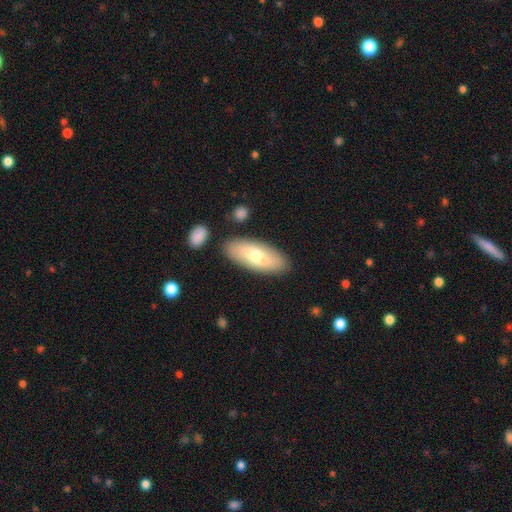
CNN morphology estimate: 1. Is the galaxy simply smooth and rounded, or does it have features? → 64% smooth, 30% featured or disk, 6% star or artifact.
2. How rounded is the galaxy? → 80% in between, 18% cigar-shaped, 2% round.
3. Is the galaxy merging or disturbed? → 84% none, 10% minor disturbance, 4% merger, 2% major disturbance.